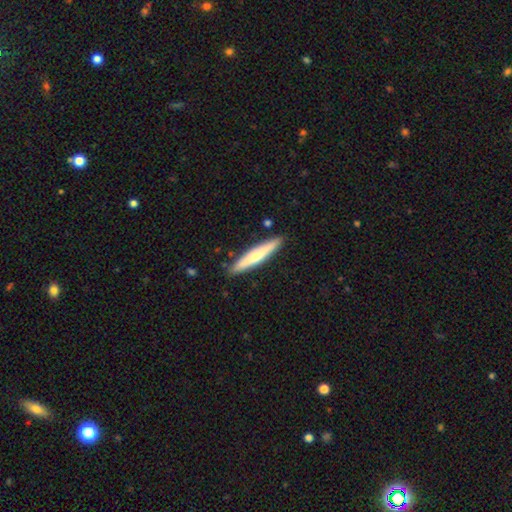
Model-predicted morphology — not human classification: Smooth or featured? smooth (53%)
How rounded? cigar-shaped (91%)
Merging? none (88%)